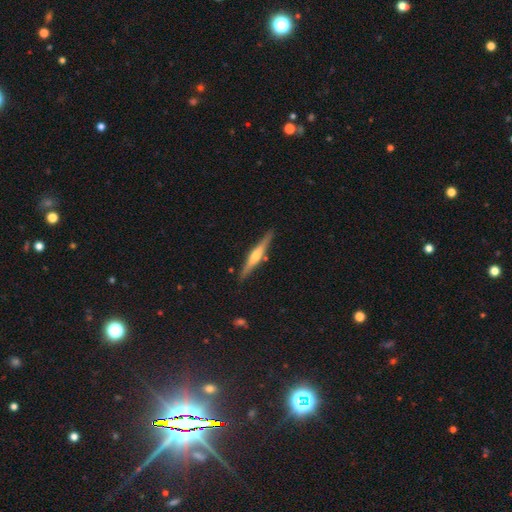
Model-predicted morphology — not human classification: Smooth or featured? Predicted: featured or disk (p=0.72). Edge-on disk? Predicted: yes (p=0.97). Edge-on bulge? Predicted: rounded (p=0.89). Merging? Predicted: none (p=0.87).